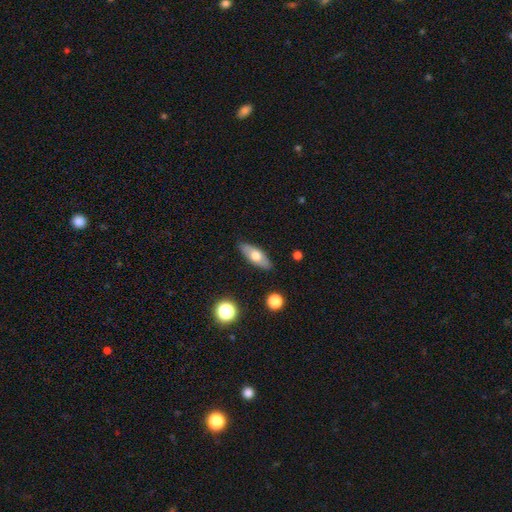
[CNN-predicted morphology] Overall: smooth (60%; featured or disk 33%). How rounded: in between (74%). Merging: none (87%).